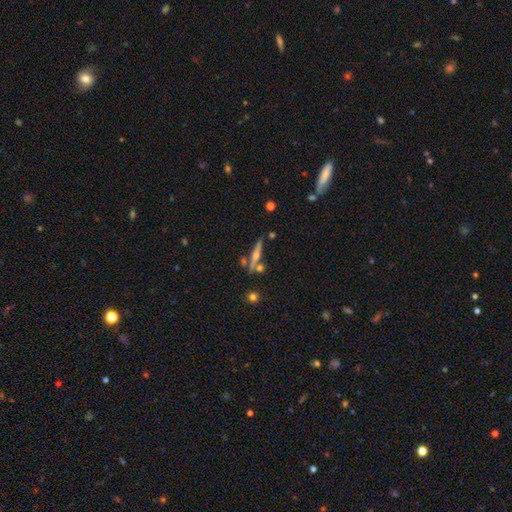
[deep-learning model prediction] A featured or disk galaxy (58%) viewed edge-on (95%) with a rounded central bulge (75%). Merging: none (69%).